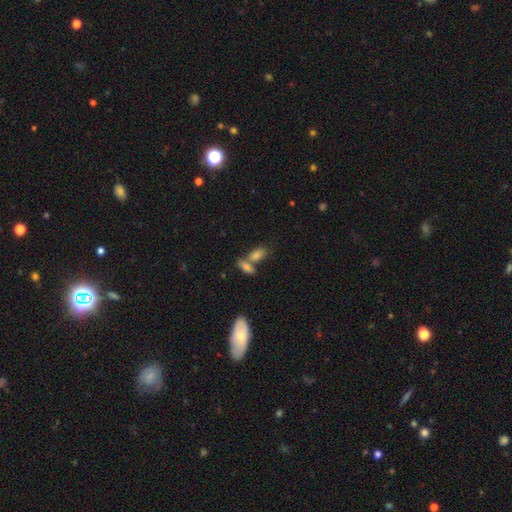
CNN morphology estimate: smooth_or_featured: smooth (p=0.70) [alt: featured or disk p=0.16]
how_rounded: in between (p=0.76) [alt: cigar-shaped p=0.16]
merging: merger (p=0.43) [alt: none p=0.42]